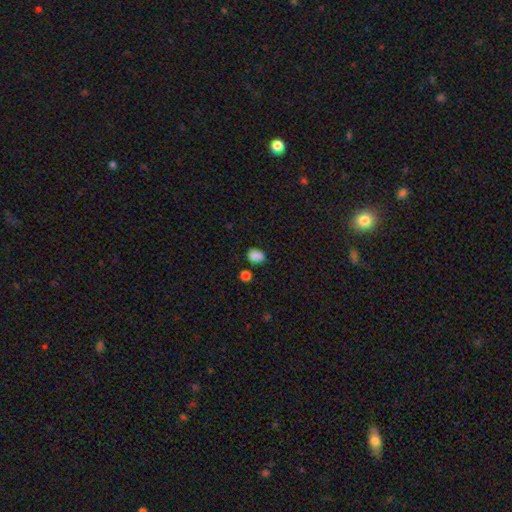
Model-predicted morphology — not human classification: This appears to be a smooth galaxy with no disk features (86%) that is in between round and cigar-shaped (66%). Merging: none (75%).